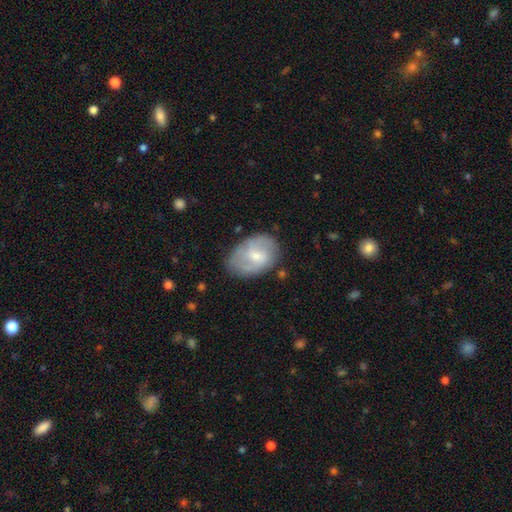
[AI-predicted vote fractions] A featured or disk galaxy (54%) with a weak bar (54%), spiral arms (75%) and a small central bulge (48%).

Vote fractions:
- Smooth or featured? featured or disk: 54% / smooth: 39% / star or artifact: 6%
- Edge-on disk? no: 96% / yes: 4%
- Bar? weak: 54% / no: 34% / strong: 12%
- Spiral arms? yes: 75% / no: 25%
- Bulge size? small: 48% / moderate: 44% / none: 4% / large: 3% / dominant: 1%
- Merging? none: 70% / minor disturbance: 22% / major disturbance: 7% / merger: 2%